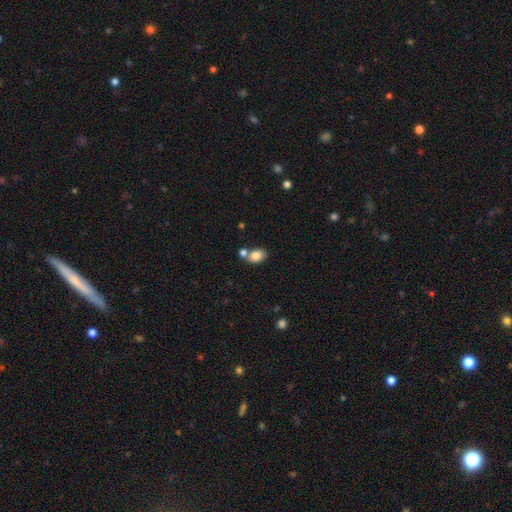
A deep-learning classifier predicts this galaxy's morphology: type=smooth (81%); roundness=in between (77%); merging=none (56%).